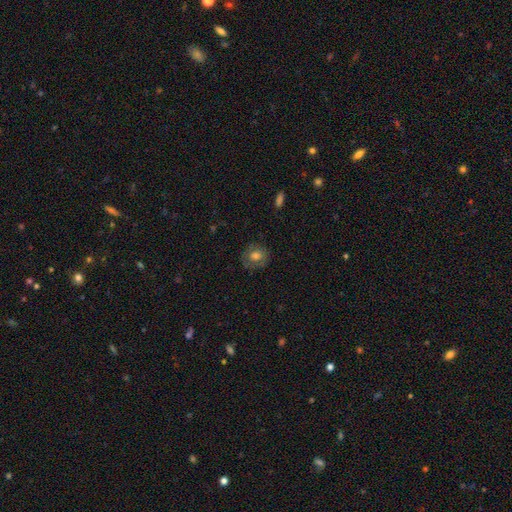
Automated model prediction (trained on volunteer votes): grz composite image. It shows a smooth galaxy with no disk features (68%) that is round (70%). Merging: none (77%).